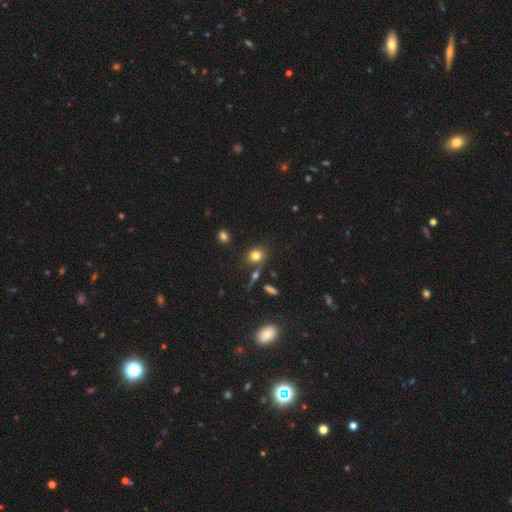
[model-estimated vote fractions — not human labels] Overall: smooth (75%). How rounded: round (65%; in between 33%). Merging: none (65%).